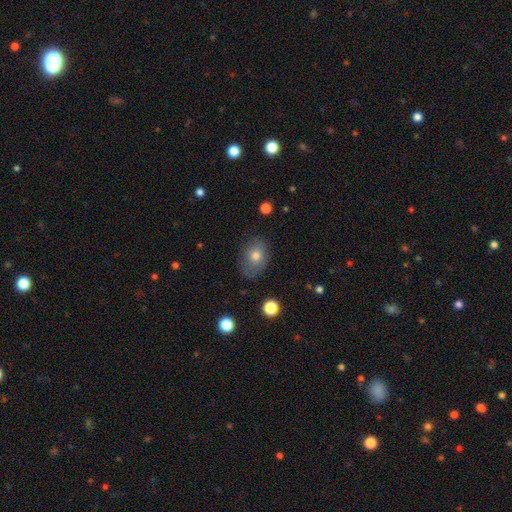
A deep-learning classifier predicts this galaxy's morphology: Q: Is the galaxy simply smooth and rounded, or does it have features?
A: smooth — 72%.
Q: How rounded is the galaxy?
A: in between — 68%.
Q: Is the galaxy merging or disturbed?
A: none — 72%.